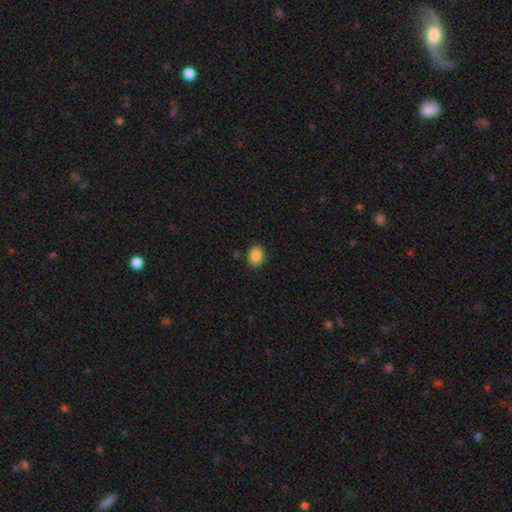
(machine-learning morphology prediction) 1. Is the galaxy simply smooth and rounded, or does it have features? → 87% smooth, 8% star or artifact, 4% featured or disk.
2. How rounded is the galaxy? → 64% in between, 35% round, 1% cigar-shaped.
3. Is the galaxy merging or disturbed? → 88% none, 9% minor disturbance, 2% major disturbance, 1% merger.